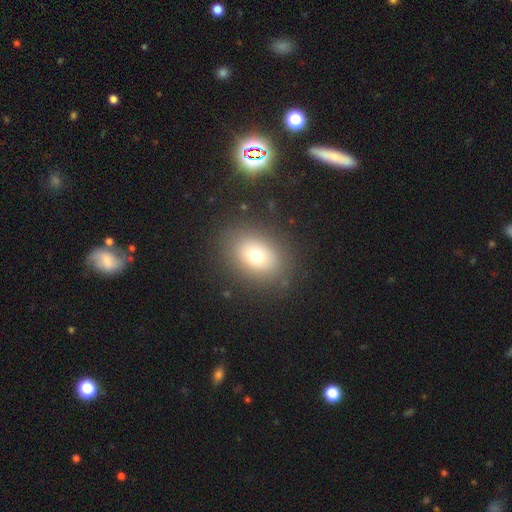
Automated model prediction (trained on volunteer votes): smooth_or_featured: smooth (p=0.70) [alt: featured or disk p=0.16]
how_rounded: in between (p=0.68) [alt: round p=0.31]
merging: none (p=0.84) [alt: minor disturbance p=0.10]